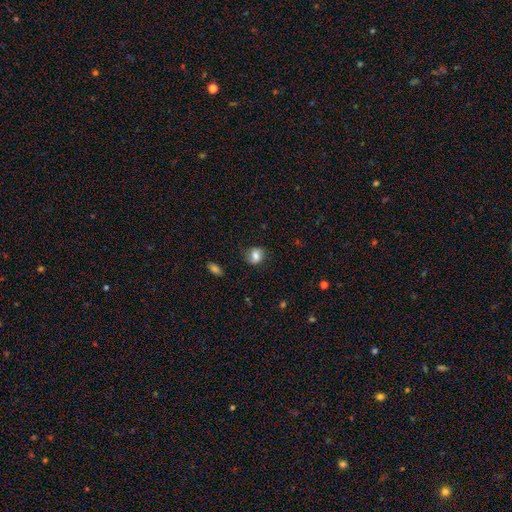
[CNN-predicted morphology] type=smooth (76%); roundness=round (61%); merging=none (73%).